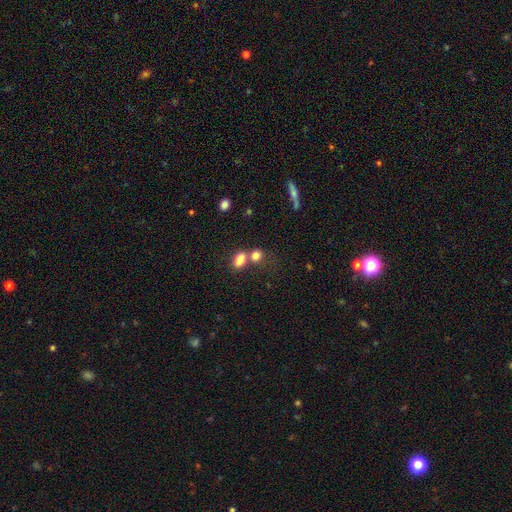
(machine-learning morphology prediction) smooth 79%, star or artifact 11%, featured or disk 10%. Down the decision tree: how rounded — in between (61%); merging — merger (47%).